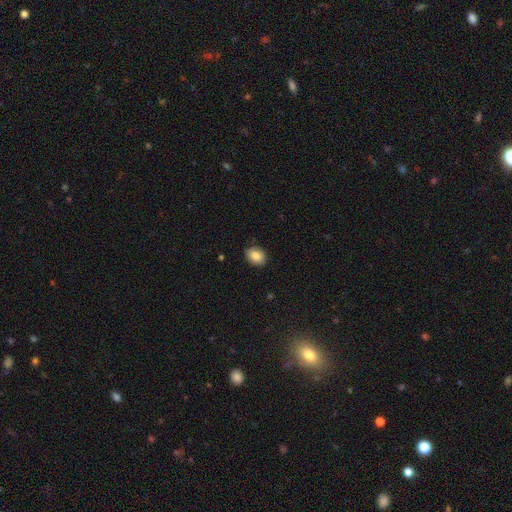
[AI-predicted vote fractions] smooth 85%, star or artifact 8%, featured or disk 7%. Down the decision tree: how rounded — in between (62%); merging — none (87%).